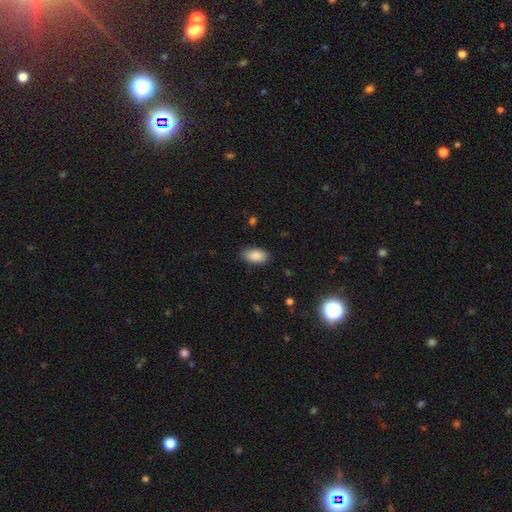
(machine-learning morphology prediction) A smooth galaxy with no disk features (89%) that is in between round and cigar-shaped (94%). Merging: none (85%).